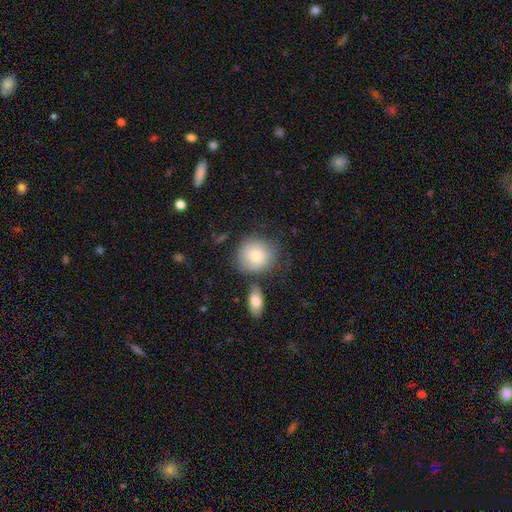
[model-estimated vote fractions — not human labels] A smooth galaxy with no disk features (76%) that is round (87%).

Vote fractions:
- Smooth or featured? smooth: 76% / featured or disk: 17% / star or artifact: 7%
- How rounded? round: 87% / in between: 12% / cigar-shaped: 1%
- Merging? none: 69% / minor disturbance: 16% / merger: 9% / major disturbance: 6%